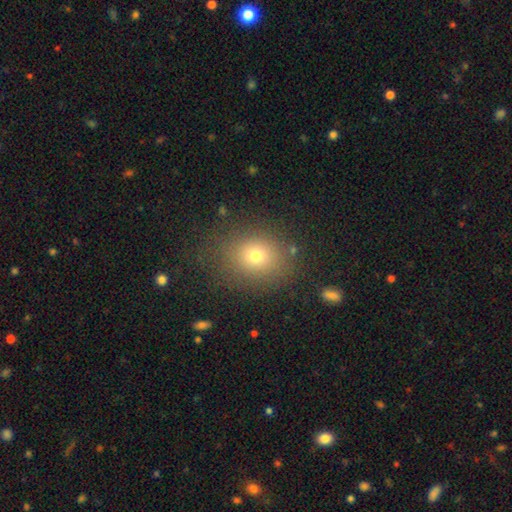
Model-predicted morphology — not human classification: smooth-or-featured: smooth: 72% | star or artifact: 17% | featured or disk: 11%
  how-rounded: round: 59% | in between: 40% | cigar-shaped: 1%
  merging: none: 81% | minor disturbance: 11% | major disturbance: 5% | merger: 2%